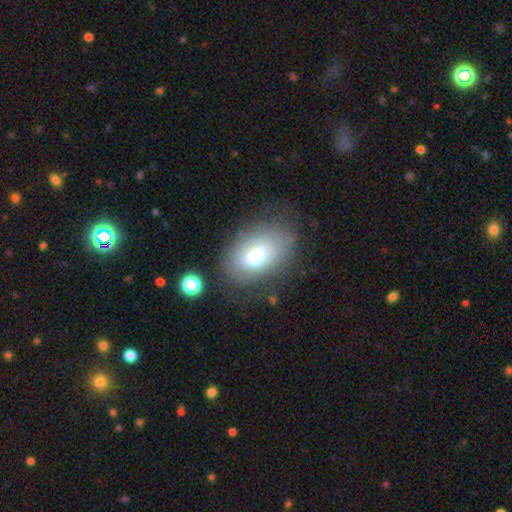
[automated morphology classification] A smooth galaxy with no disk features (67%) that is in between round and cigar-shaped (89%).

Vote fractions:
- Smooth or featured? smooth: 67% / featured or disk: 24% / star or artifact: 9%
- How rounded? in between: 89% / round: 10% / cigar-shaped: 1%
- Merging? none: 69% / minor disturbance: 19% / major disturbance: 8% / merger: 4%